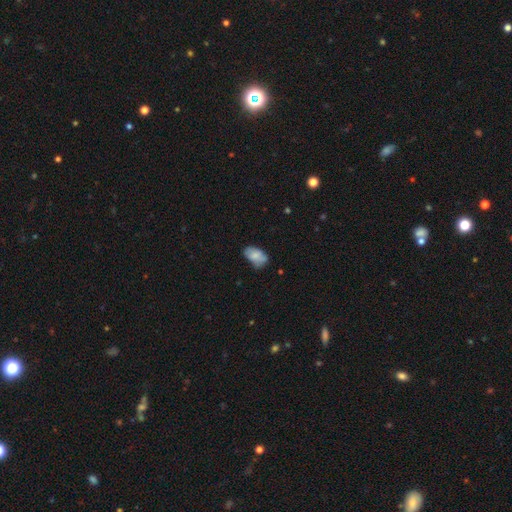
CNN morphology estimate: type=smooth (76%); roundness=in between (91%); merging=none (58%).